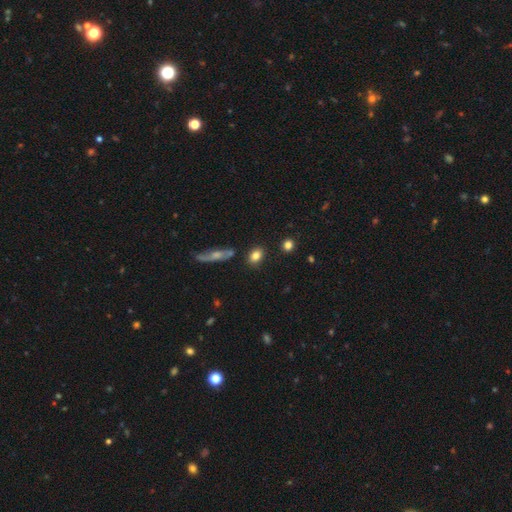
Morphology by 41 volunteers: type=smooth (88%); roundness=in between (67%); merging=none (95%).